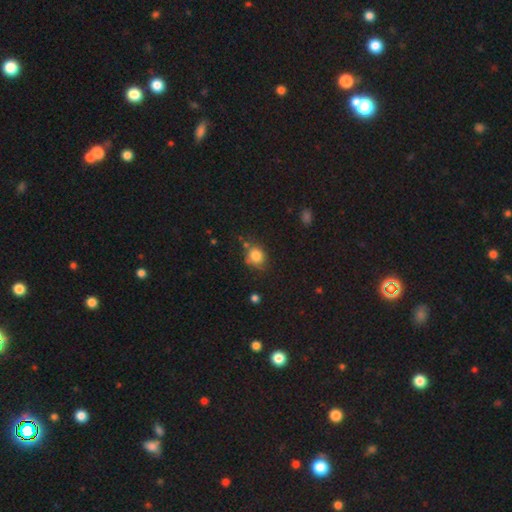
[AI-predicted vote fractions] The model was most divided on "how rounded": round: 69%, in between: 30%, cigar-shaped: 1%. More confident: smooth or featured — smooth (81%); merging — none (65%).